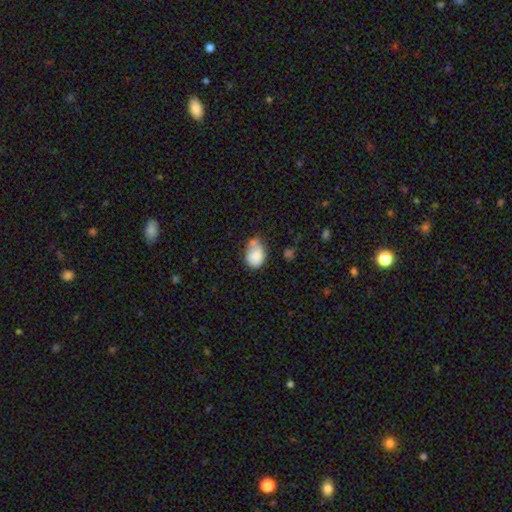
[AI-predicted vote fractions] smooth 77%, featured or disk 15%, star or artifact 8%. Down the decision tree: how rounded — in between (71%); merging — none (33%, tied with minor disturbance).